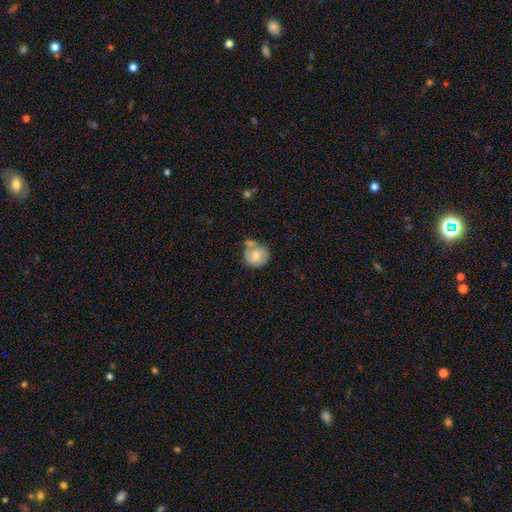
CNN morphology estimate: A smooth galaxy with no disk features (48%). Merging: none (44%).